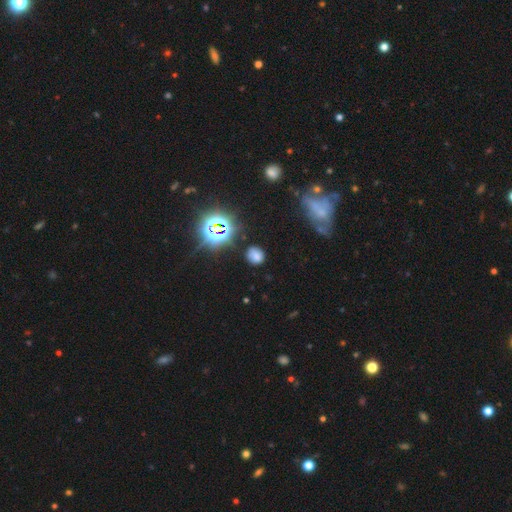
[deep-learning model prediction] Smooth or featured? Predicted: smooth (p=0.63). How rounded? Predicted: round (p=0.73). Merging? Predicted: none (p=0.76).